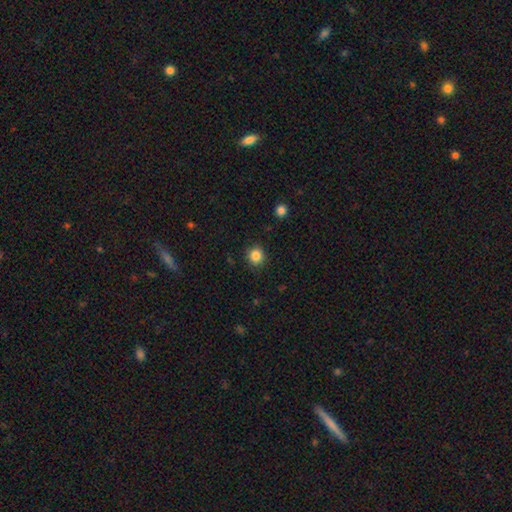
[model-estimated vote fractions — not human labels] Morphology: type=smooth (85%); roundness=round (90%); merging=none (90%).